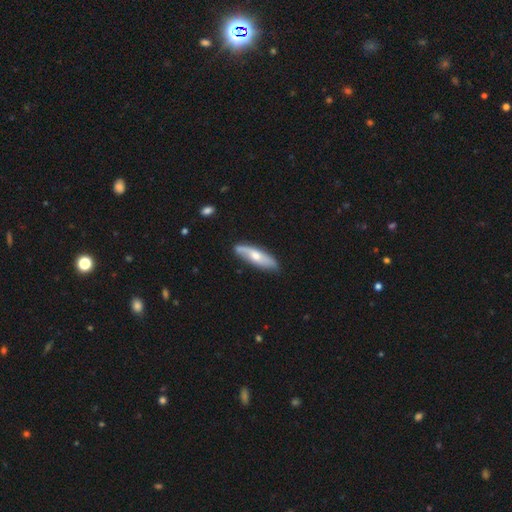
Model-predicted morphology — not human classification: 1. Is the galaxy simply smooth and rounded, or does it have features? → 49% featured or disk, 46% smooth, 5% star or artifact.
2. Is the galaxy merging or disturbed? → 75% none, 19% minor disturbance, 4% major disturbance, 2% merger.